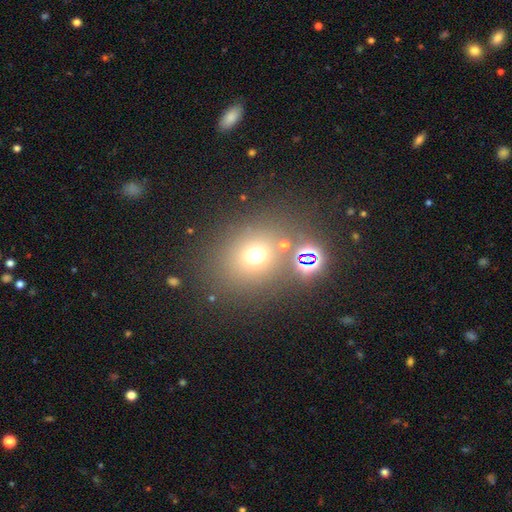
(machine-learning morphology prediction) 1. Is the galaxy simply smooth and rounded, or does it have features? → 66% smooth, 24% star or artifact, 11% featured or disk.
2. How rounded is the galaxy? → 69% round, 30% in between, 1% cigar-shaped.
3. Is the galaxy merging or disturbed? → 72% none, 12% merger, 10% minor disturbance, 6% major disturbance.